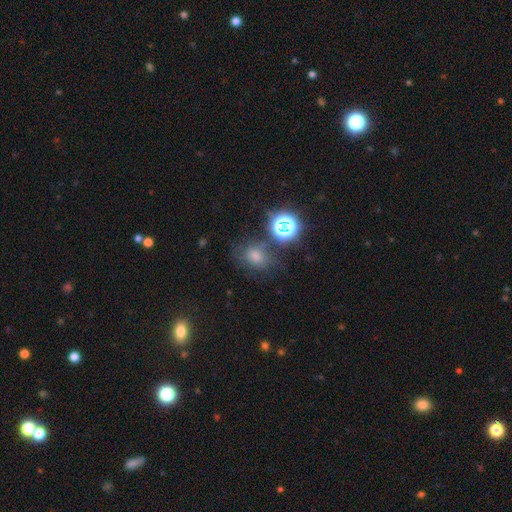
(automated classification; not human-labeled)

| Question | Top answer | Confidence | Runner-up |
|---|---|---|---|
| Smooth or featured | smooth | 49% | star or artifact (36%) |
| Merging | none | 68% | minor disturbance (16%) |